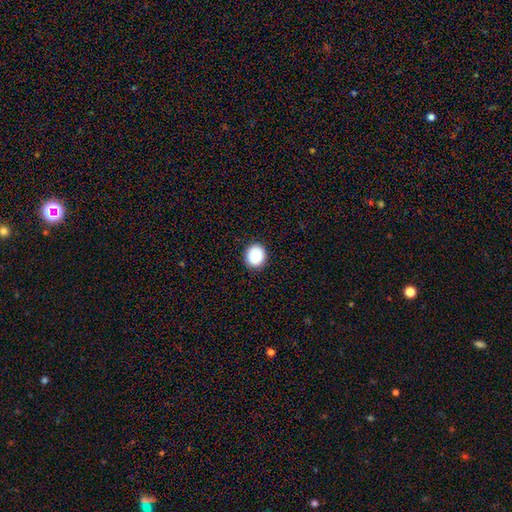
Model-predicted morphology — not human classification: Smooth or featured?
  - smooth: 89% *
  - star or artifact: 8%
  - featured or disk: 3%
How rounded?
  - round: 82% *
  - in between: 17%
  - cigar-shaped: 1%
Merging?
  - none: 91% *
  - minor disturbance: 6%
  - major disturbance: 2%
  - merger: 1%